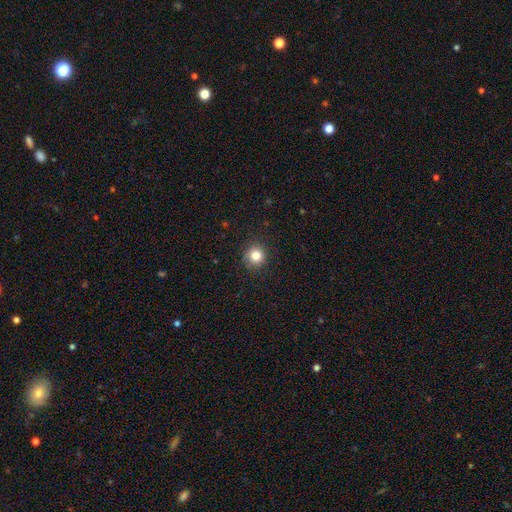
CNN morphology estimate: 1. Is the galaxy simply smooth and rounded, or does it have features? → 83% smooth, 12% star or artifact, 5% featured or disk.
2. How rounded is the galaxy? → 92% round, 8% in between, 1% cigar-shaped.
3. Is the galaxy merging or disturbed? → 88% none, 9% minor disturbance, 2% major disturbance, 1% merger.